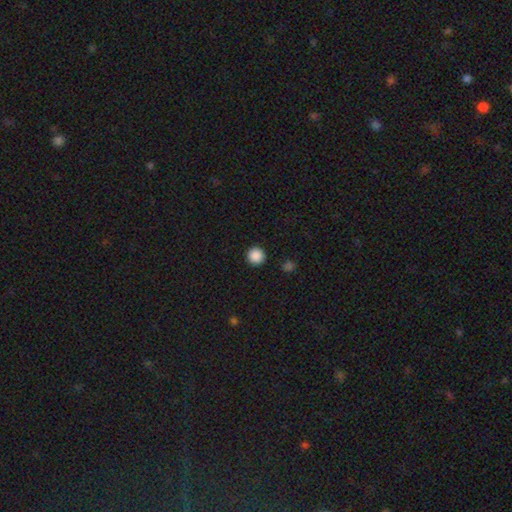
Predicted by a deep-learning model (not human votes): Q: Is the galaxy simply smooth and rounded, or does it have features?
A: smooth — 88%.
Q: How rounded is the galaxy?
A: round — 96%.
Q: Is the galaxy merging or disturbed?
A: none — 93%.